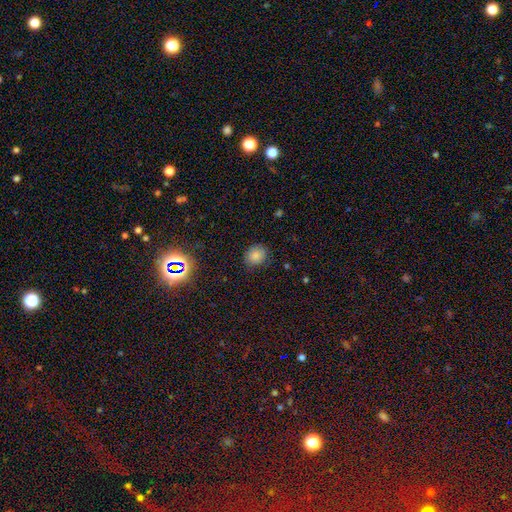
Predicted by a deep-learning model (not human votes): Smooth or featured? Predicted: smooth (p=0.78). How rounded? Predicted: round (p=0.73). Merging? Predicted: none (p=0.83).